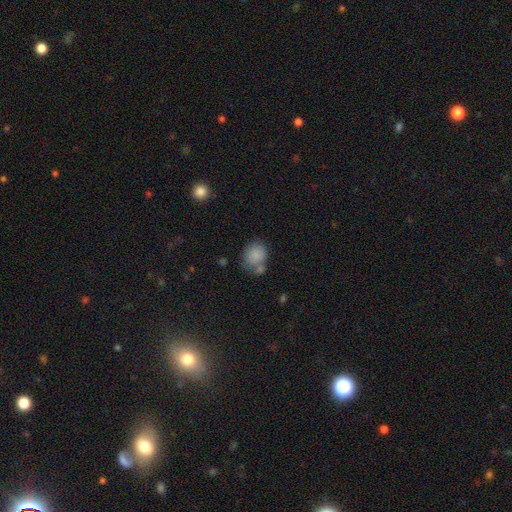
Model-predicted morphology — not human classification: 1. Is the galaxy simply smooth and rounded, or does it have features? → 84% smooth, 8% star or artifact, 7% featured or disk.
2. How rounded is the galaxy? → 64% round, 35% in between, 1% cigar-shaped.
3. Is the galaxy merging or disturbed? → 54% none, 20% merger, 19% minor disturbance, 7% major disturbance.